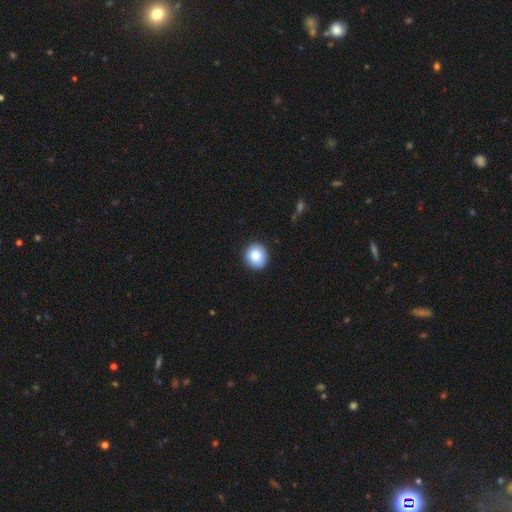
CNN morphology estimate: The model was most divided on "how rounded": round: 86%, in between: 13%, cigar-shaped: 1%. More confident: merging — none (90%); smooth or featured — smooth (86%).